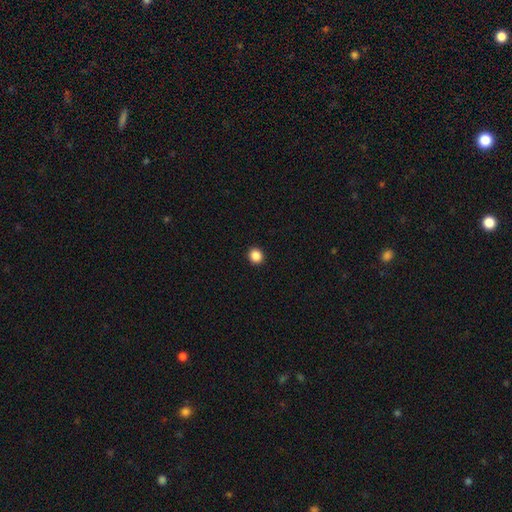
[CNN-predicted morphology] The model was most divided on "smooth or featured": smooth: 87%, star or artifact: 10%, featured or disk: 2%. More confident: merging — none (93%); how rounded — round (88%).